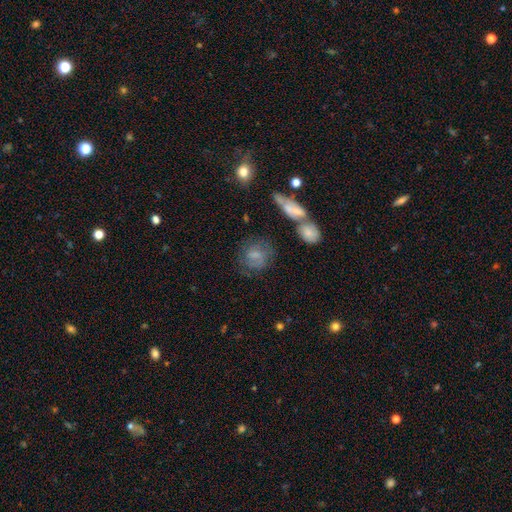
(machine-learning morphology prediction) smooth 55%, featured or disk 34%, star or artifact 11%. Down the decision tree: how rounded — round (58%); merging — none (53%).